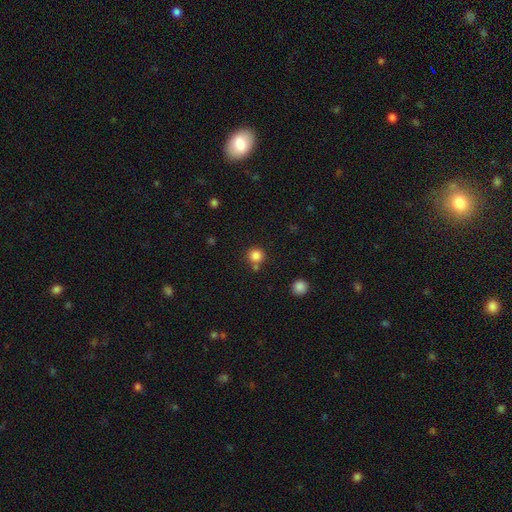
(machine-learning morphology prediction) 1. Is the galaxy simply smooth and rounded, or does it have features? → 84% smooth, 12% star or artifact, 4% featured or disk.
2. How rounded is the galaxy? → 92% round, 7% in between, 1% cigar-shaped.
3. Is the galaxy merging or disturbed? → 73% none, 15% merger, 9% minor disturbance, 3% major disturbance.